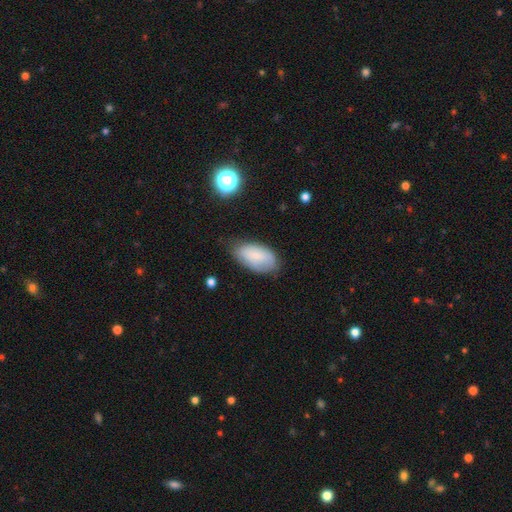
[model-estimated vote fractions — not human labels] Smooth or featured?
  - smooth: 73% *
  - featured or disk: 19%
  - star or artifact: 8%
How rounded?
  - in between: 94% *
  - round: 3%
  - cigar-shaped: 3%
Merging?
  - none: 63% *
  - minor disturbance: 28%
  - major disturbance: 7%
  - merger: 2%